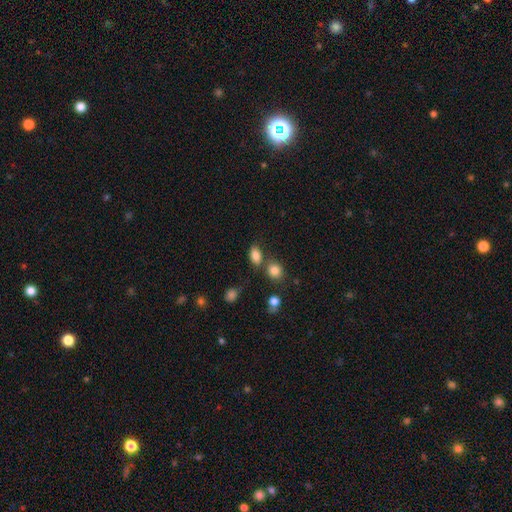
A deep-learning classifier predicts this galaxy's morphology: smooth-or-featured: smooth: 83% | star or artifact: 10% | featured or disk: 7%
  how-rounded: in between: 83% | round: 15% | cigar-shaped: 3%
  merging: none: 62% | merger: 20% | minor disturbance: 14% | major disturbance: 4%